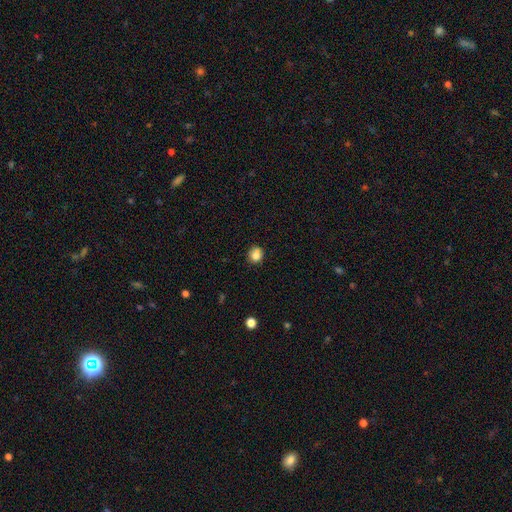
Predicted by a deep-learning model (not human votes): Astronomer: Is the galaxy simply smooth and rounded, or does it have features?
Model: smooth — 81%.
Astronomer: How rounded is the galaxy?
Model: round — 72%.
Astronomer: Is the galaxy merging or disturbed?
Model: none — 74%.